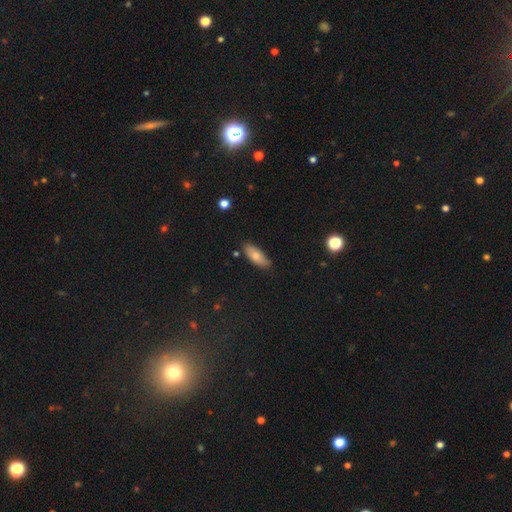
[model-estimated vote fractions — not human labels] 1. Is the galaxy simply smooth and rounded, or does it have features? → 77% smooth, 16% featured or disk, 7% star or artifact.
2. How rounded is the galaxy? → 76% in between, 21% cigar-shaped, 2% round.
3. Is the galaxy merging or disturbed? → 78% none, 17% minor disturbance, 3% major disturbance, 2% merger.